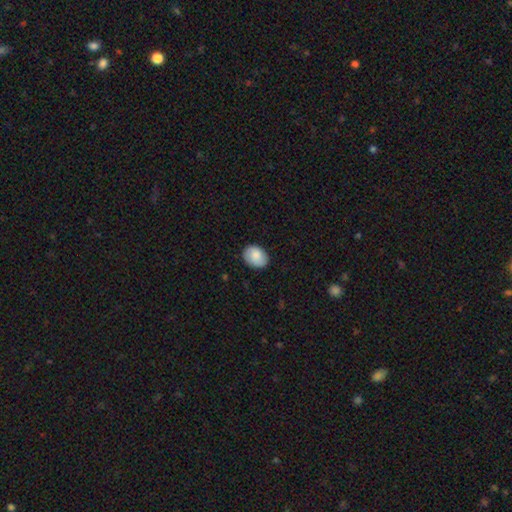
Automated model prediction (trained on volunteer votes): Smooth or featured: smooth — 87% (featured or disk — 7%)
How rounded: in between — 64% (round — 35%)
Merging: none — 85% (minor disturbance — 12%)